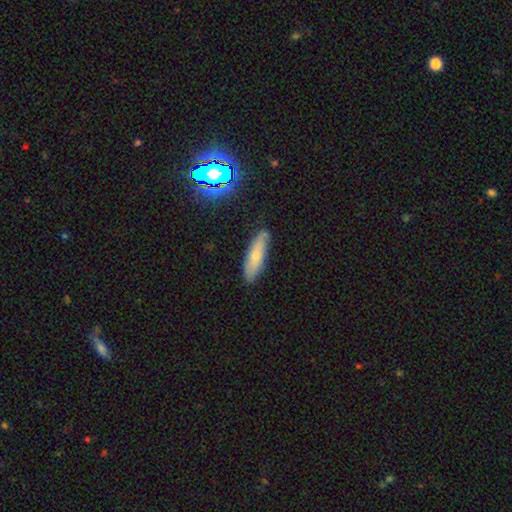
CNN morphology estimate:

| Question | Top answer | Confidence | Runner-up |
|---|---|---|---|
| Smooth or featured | smooth | 67% | featured or disk (25%) |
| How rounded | cigar-shaped | 61% | in between (37%) |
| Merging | none | 80% | minor disturbance (15%) |